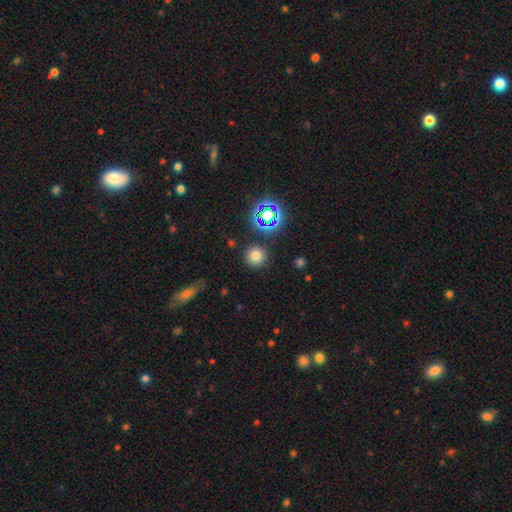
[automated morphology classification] Q: Smooth or featured?
A: smooth (71%); runner-up: star or artifact (21%)
Q: How rounded?
A: round (94%); runner-up: in between (5%)
Q: Merging?
A: none (87%); runner-up: minor disturbance (8%)